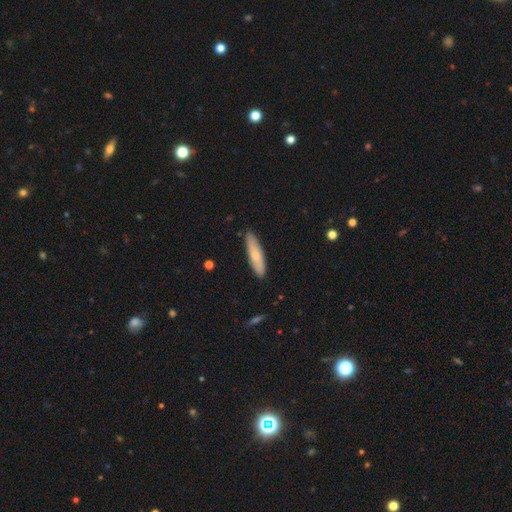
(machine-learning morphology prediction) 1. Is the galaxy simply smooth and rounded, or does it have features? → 67% smooth, 28% featured or disk, 6% star or artifact.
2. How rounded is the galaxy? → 76% cigar-shaped, 23% in between, 2% round.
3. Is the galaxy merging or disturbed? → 88% none, 9% minor disturbance, 2% major disturbance, 1% merger.